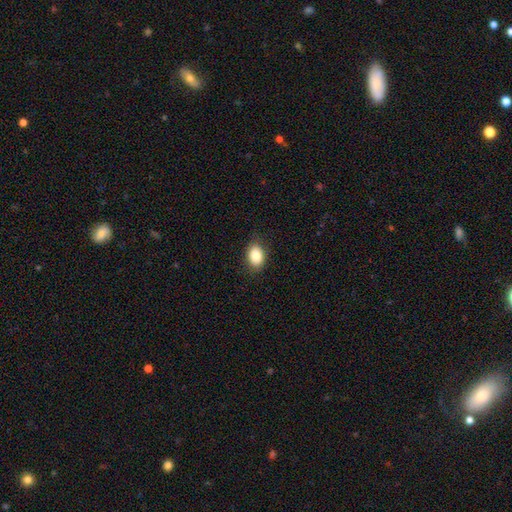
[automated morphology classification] smooth_or_featured: smooth (p=0.85) [alt: star or artifact p=0.08]
how_rounded: in between (p=0.79) [alt: round p=0.20]
merging: none (p=0.85) [alt: minor disturbance p=0.11]